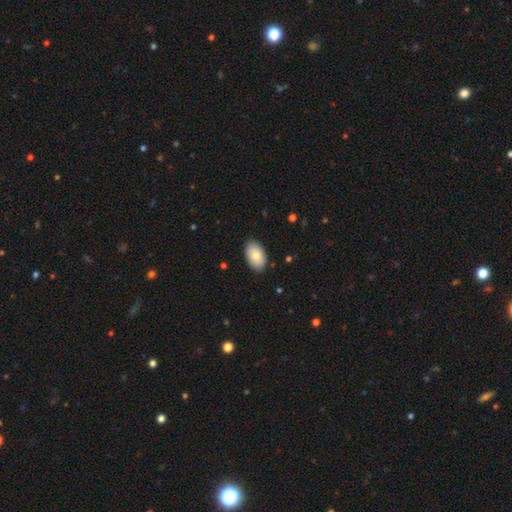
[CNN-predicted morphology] Smooth or featured? Predicted: smooth (p=0.80). How rounded? Predicted: in between (p=0.94). Merging? Predicted: none (p=0.87).